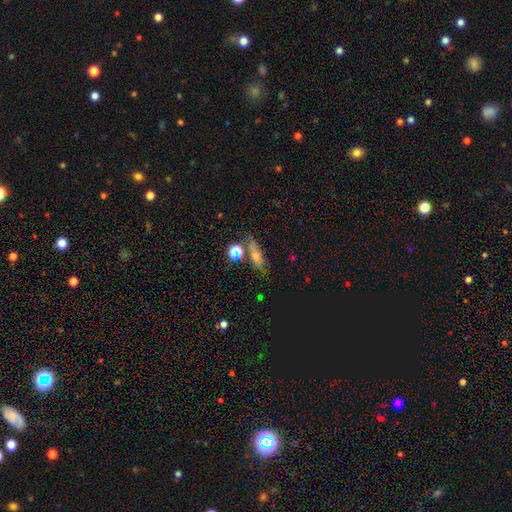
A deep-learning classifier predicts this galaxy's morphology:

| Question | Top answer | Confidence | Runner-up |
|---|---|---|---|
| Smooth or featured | smooth | 42% | star or artifact (32%) |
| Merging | none | 68% | minor disturbance (16%) |